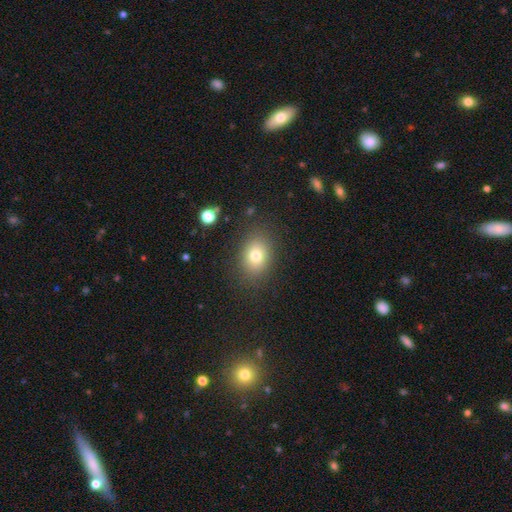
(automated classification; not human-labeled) smooth 76%, star or artifact 12%, featured or disk 11%. Down the decision tree: how rounded — in between (63%); merging — none (85%).